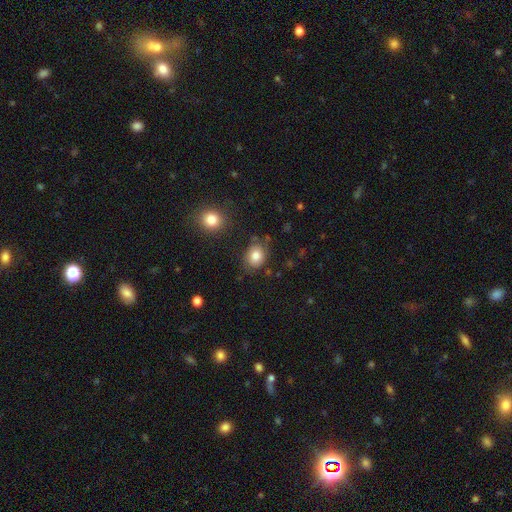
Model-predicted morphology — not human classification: Smooth or featured?
  - smooth: 81% *
  - star or artifact: 10%
  - featured or disk: 9%
How rounded?
  - in between: 51% *
  - round: 48%
  - cigar-shaped: 1%
Merging?
  - none: 78% *
  - minor disturbance: 14%
  - merger: 4%
  - major disturbance: 4%